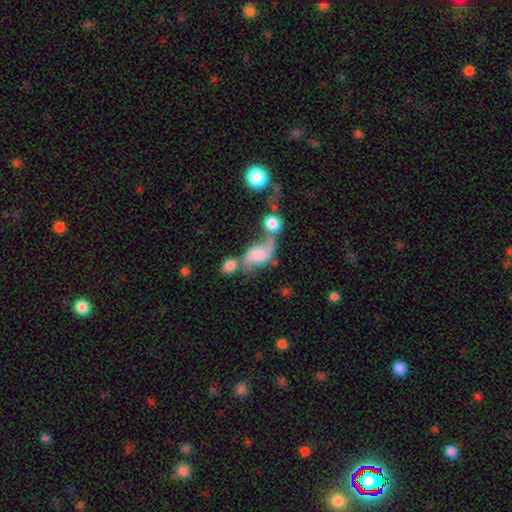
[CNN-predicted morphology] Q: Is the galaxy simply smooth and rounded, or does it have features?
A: featured or disk — 63%.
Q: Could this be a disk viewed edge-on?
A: no — 95%.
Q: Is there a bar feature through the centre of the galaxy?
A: no — 64%.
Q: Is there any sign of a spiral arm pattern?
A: yes — 88%.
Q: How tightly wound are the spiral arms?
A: loose — 78%.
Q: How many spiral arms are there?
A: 2 — 84%.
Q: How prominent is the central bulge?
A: none — 36%.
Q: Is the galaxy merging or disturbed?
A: merger — 40%.